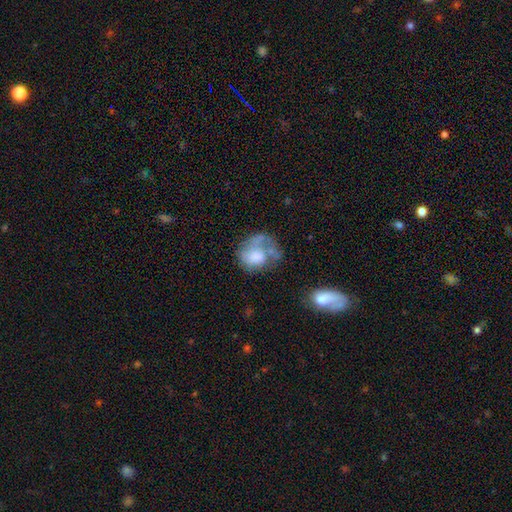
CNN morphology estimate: The model was most divided on "merging": major disturbance: 39%, none: 29%, minor disturbance: 21%, merger: 11%. More confident: how rounded — round (57%); smooth or featured — smooth (52%).